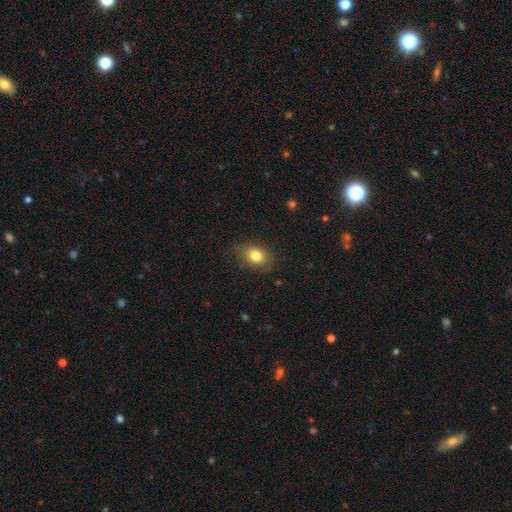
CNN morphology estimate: This is clearly a smooth galaxy (81%). How rounded: likely in between (72%). Merging: likely none (78%).